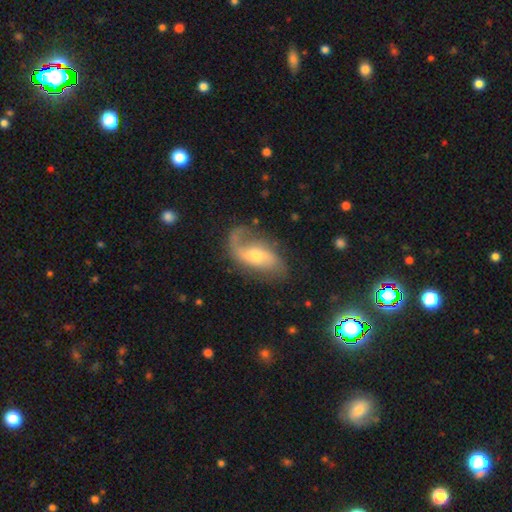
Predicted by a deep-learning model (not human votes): Overall: featured or disk (80%). Edge-on disk: no (95%). Bar: no (45%; weak 38%). Spiral arms: yes (93%). Spiral arm count: 2 (69%). Spiral winding: loose (63%; medium 29%). Bulge size: moderate (51%; small 42%). Merging: none (64%).